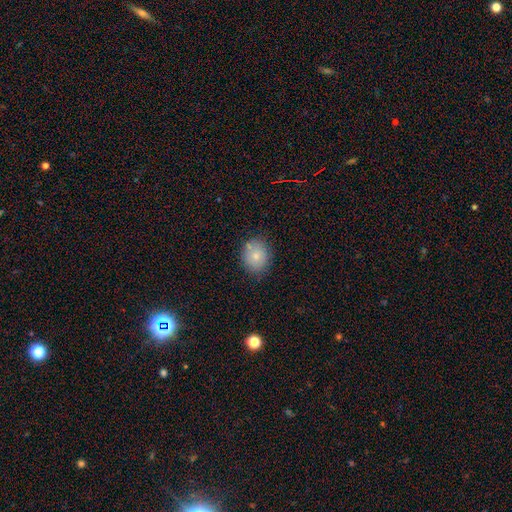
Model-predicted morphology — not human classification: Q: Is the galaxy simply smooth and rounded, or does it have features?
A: smooth — 78%.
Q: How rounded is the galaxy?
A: round — 70%.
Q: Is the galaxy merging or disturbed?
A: none — 78%.